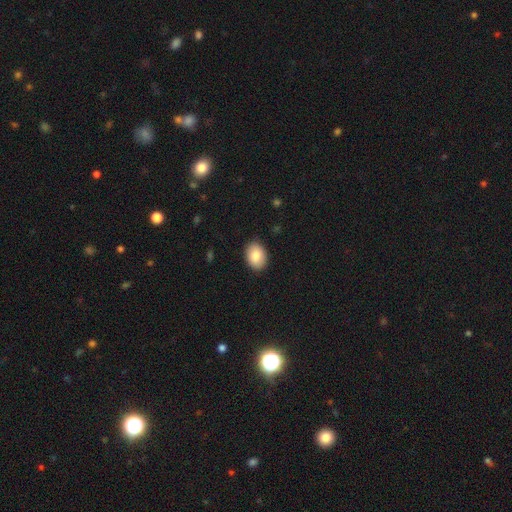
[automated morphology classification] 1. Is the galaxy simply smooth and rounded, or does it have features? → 85% smooth, 8% featured or disk, 7% star or artifact.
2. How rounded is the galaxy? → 76% in between, 23% round, 1% cigar-shaped.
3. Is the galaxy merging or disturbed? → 89% none, 8% minor disturbance, 2% major disturbance, 1% merger.